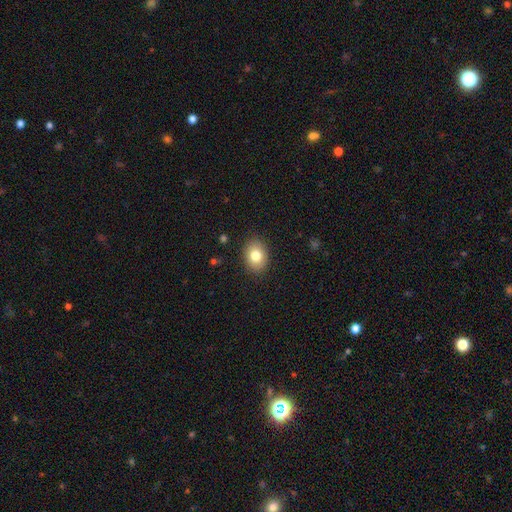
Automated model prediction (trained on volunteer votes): smooth 81%, featured or disk 11%, star or artifact 9%. Down the decision tree: how rounded — in between (66%); merging — none (88%).